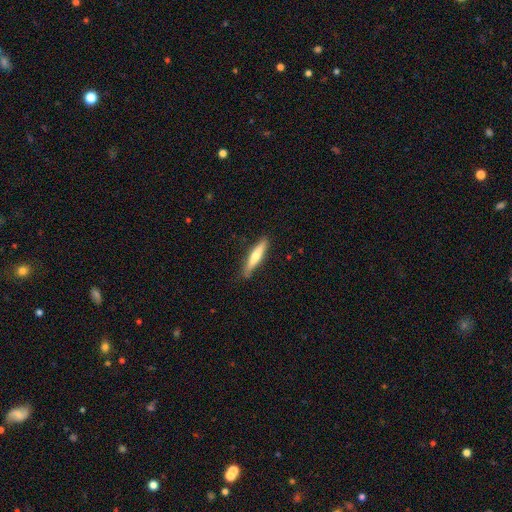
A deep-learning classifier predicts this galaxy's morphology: This appears to be a smooth galaxy with no disk features (60%) that is cigar-shaped (88%). Merging: none (84%).